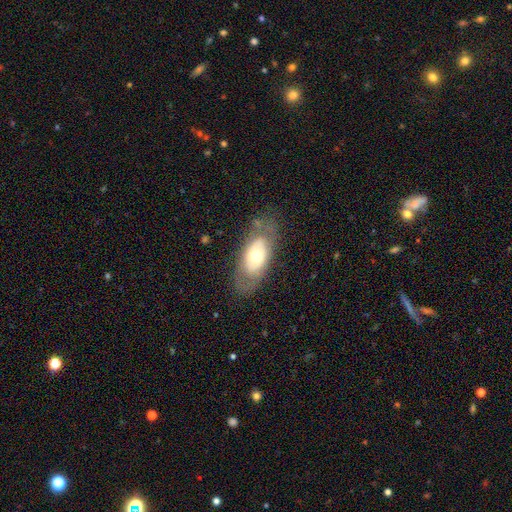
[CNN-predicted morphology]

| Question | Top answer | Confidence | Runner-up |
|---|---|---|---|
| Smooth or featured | featured or disk | 50% | smooth (43%) |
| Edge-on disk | no | 85% | yes (15%) |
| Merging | none | 72% | minor disturbance (18%) |